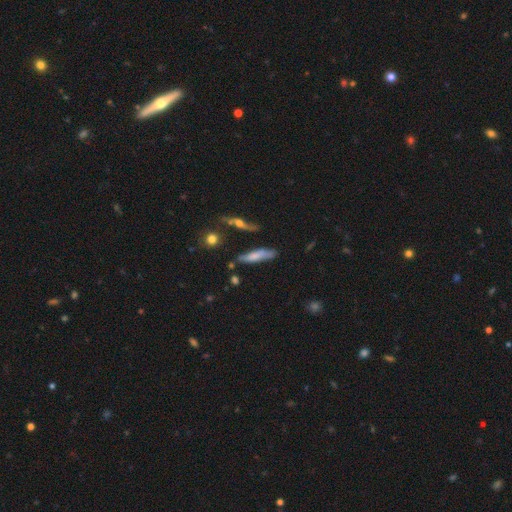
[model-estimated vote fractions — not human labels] A smooth galaxy with no disk features (63%) that is cigar-shaped (77%).

Vote fractions:
- Smooth or featured? smooth: 63% / featured or disk: 29% / star or artifact: 8%
- How rounded? cigar-shaped: 77% / in between: 21% / round: 2%
- Merging? none: 66% / minor disturbance: 21% / merger: 7% / major disturbance: 6%